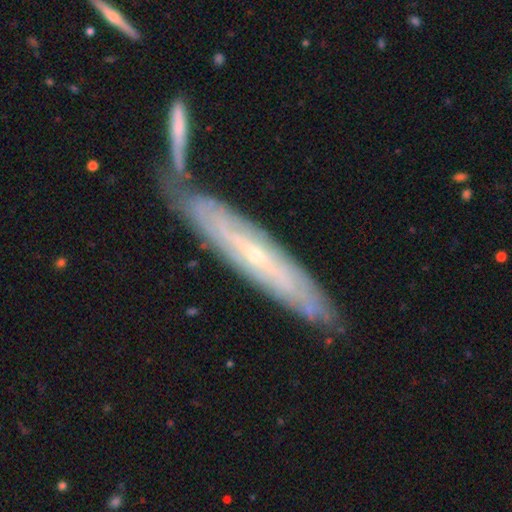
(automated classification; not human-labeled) The model was most divided on "edge-on disk": no: 57%, yes: 43%. More confident: smooth or featured — featured or disk (76%); merging — none (61%).